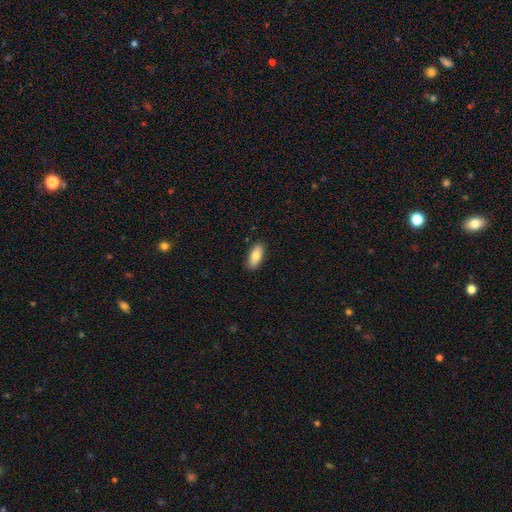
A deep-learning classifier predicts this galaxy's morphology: Q: Smooth or featured?
A: smooth (80%); runner-up: featured or disk (13%)
Q: How rounded?
A: in between (86%); runner-up: cigar-shaped (12%)
Q: Merging?
A: none (88%); runner-up: minor disturbance (9%)